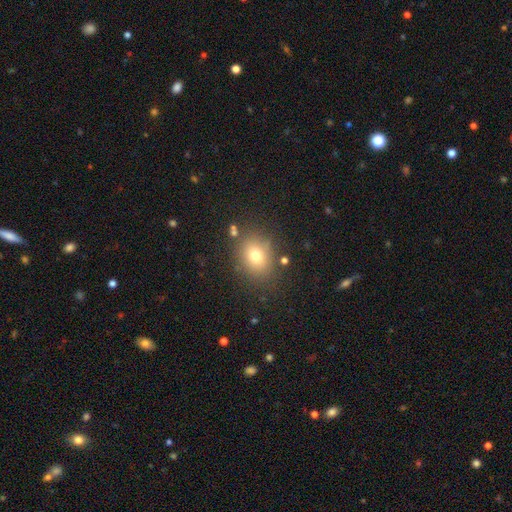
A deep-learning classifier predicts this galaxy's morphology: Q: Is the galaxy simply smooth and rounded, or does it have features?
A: smooth — 74%.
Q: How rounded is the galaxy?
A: in between — 52%.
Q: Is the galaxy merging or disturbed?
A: none — 80%.